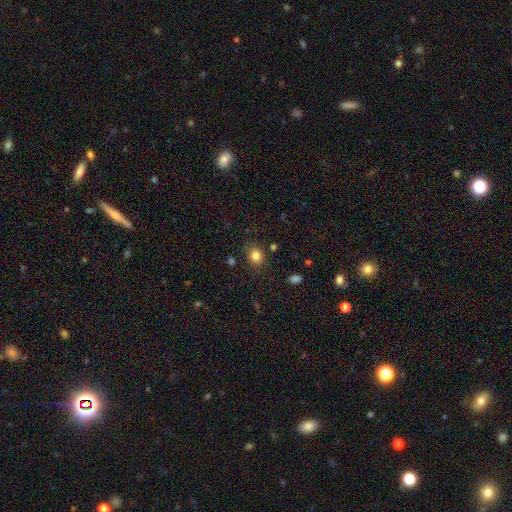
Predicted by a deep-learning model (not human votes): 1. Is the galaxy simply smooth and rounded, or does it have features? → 82% smooth, 12% star or artifact, 6% featured or disk.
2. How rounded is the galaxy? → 69% round, 30% in between, 1% cigar-shaped.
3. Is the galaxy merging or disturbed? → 84% none, 11% minor disturbance, 3% major disturbance, 2% merger.